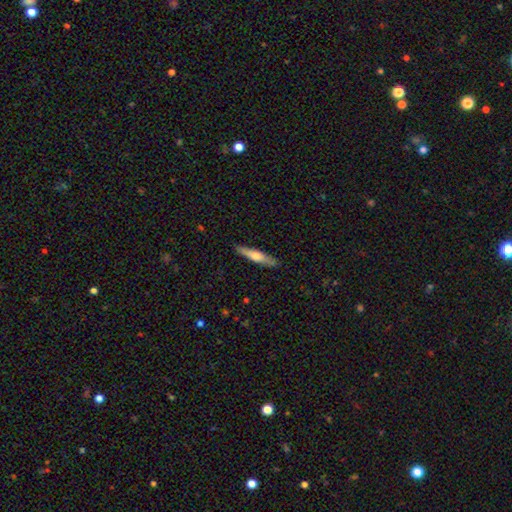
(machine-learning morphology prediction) Smooth or featured?
  - smooth: 55% *
  - featured or disk: 39%
  - star or artifact: 6%
How rounded?
  - cigar-shaped: 85% *
  - in between: 14%
  - round: 2%
Merging?
  - none: 88% *
  - minor disturbance: 9%
  - major disturbance: 2%
  - merger: 1%